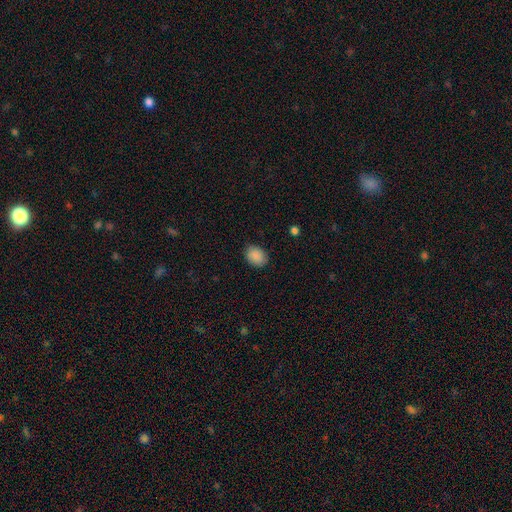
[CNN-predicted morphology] Overall: smooth (89%). How rounded: in between (67%; round 32%). Merging: none (85%).